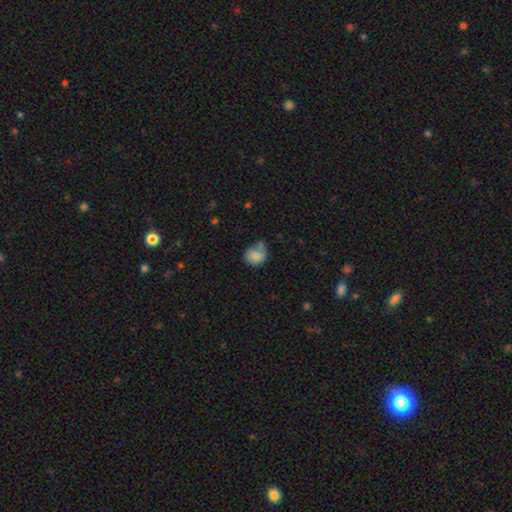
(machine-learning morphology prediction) A smooth galaxy with no disk features (77%) that is round (65%).

Vote fractions:
- Smooth or featured? smooth: 77% / featured or disk: 14% / star or artifact: 8%
- How rounded? round: 65% / in between: 34% / cigar-shaped: 1%
- Merging? none: 40% / minor disturbance: 37% / major disturbance: 16% / merger: 7%